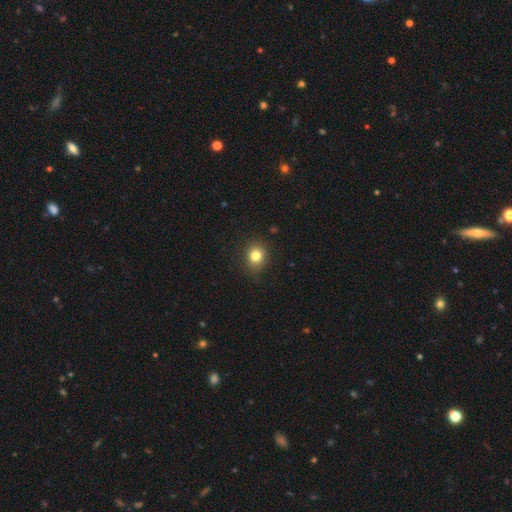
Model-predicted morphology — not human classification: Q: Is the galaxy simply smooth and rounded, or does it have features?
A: smooth — 81%.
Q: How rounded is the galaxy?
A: round — 73%.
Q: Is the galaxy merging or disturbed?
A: none — 85%.